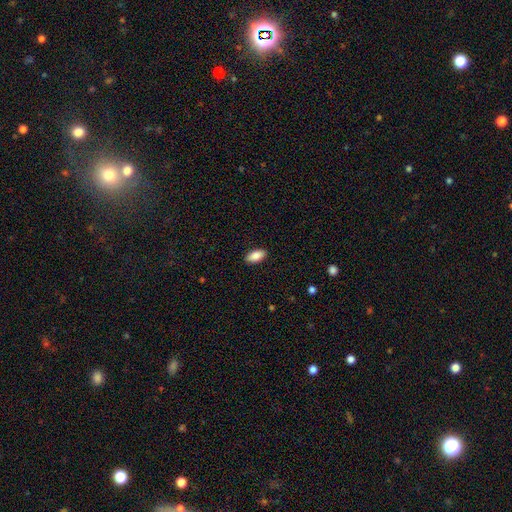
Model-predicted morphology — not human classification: Smooth or featured: smooth — 86% (featured or disk — 7%)
How rounded: in between — 91% (cigar-shaped — 6%)
Merging: none — 90% (minor disturbance — 8%)